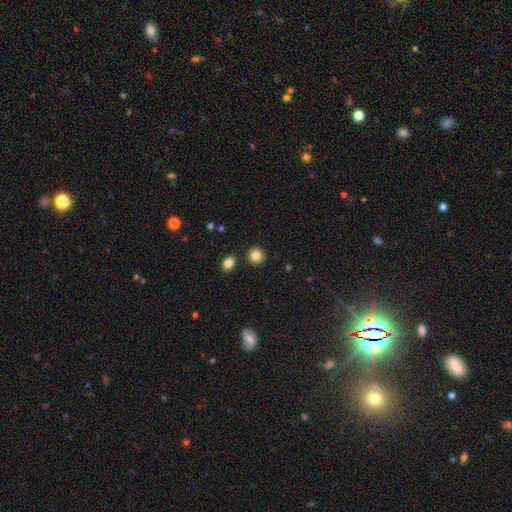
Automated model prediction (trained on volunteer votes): This appears to be a smooth galaxy with no disk features (85%) that is round (91%). Merging: none (88%).